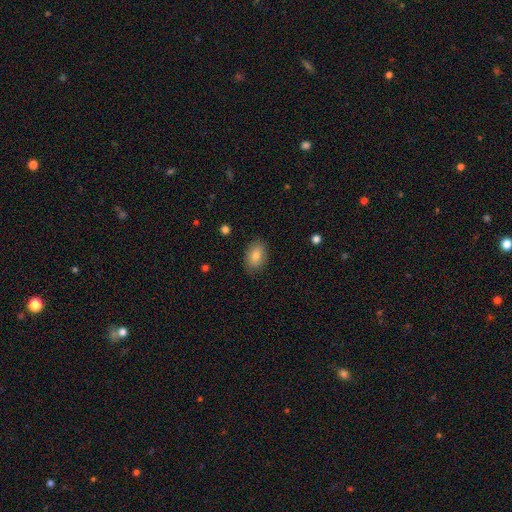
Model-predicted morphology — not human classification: Smooth or featured?
  - smooth: 79% *
  - featured or disk: 13%
  - star or artifact: 8%
How rounded?
  - in between: 82% *
  - round: 17%
  - cigar-shaped: 1%
Merging?
  - none: 84% *
  - minor disturbance: 12%
  - major disturbance: 3%
  - merger: 1%